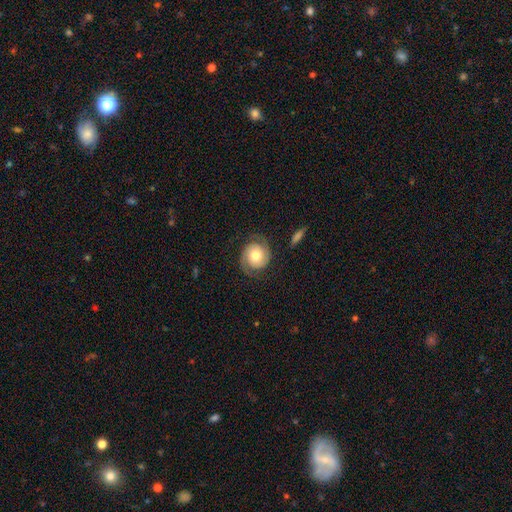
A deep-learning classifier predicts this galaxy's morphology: Smooth or featured: featured or disk — 74% (smooth — 19%)
Edge-on disk: no — 98% (yes — 2%)
Bar: no — 77% (weak — 19%)
Spiral arms: yes — 95% (no — 5%)
Spiral winding: tight — 47% (medium — 38%)
Spiral arm count: 2 — 91% (can't tell — 4%)
Bulge size: moderate — 66% (small — 20%)
Merging: none — 79% (minor disturbance — 13%)